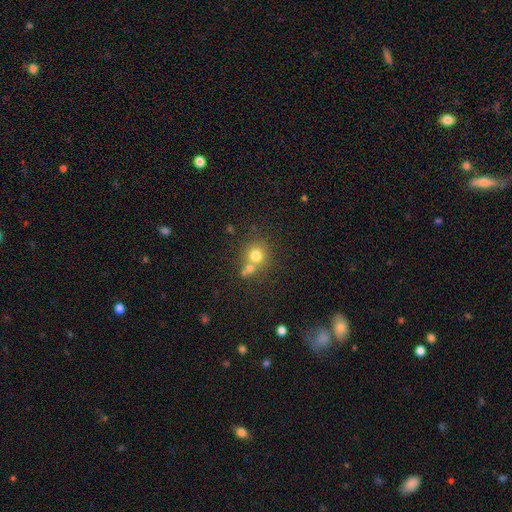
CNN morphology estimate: This is likely a smooth galaxy (74%). How rounded: clearly round (88%). Merging: possibly none (54%).